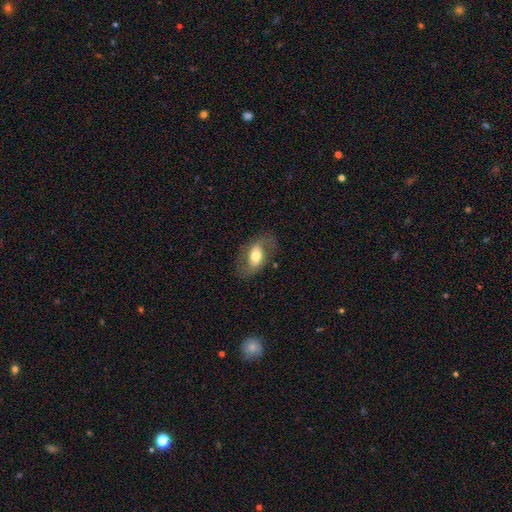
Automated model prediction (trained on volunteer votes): featured or disk 48%, smooth 45%, star or artifact 7%. Down the decision tree: merging — none (73%).